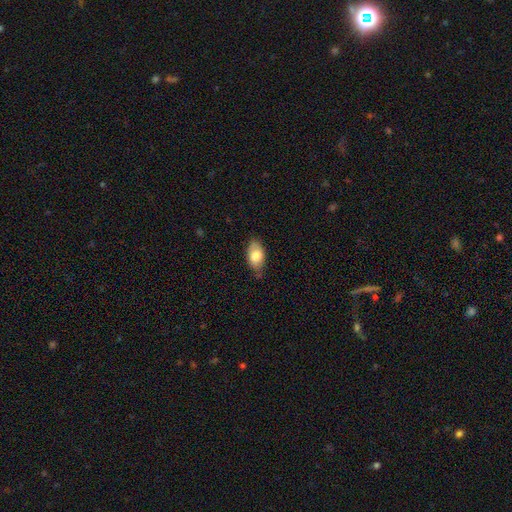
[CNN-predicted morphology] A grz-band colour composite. It shows a smooth galaxy with no disk features (78%) that is in between round and cigar-shaped (92%). Merging: none (73%).